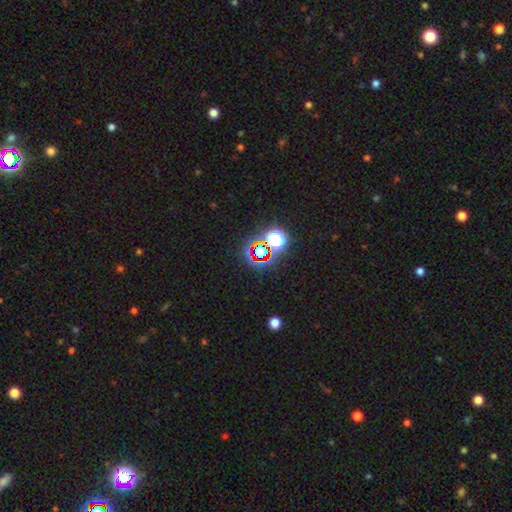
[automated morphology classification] Q: Smooth or featured?
A: star or artifact (74%); runner-up: smooth (18%)